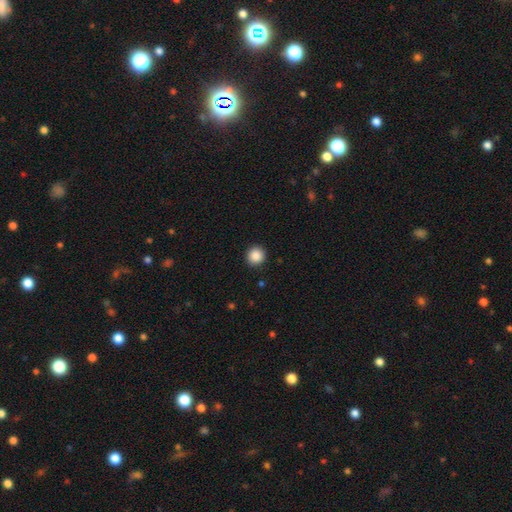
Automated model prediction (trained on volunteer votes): Smooth or featured? Predicted: smooth (p=0.88). How rounded? Predicted: round (p=0.93). Merging? Predicted: none (p=0.92).